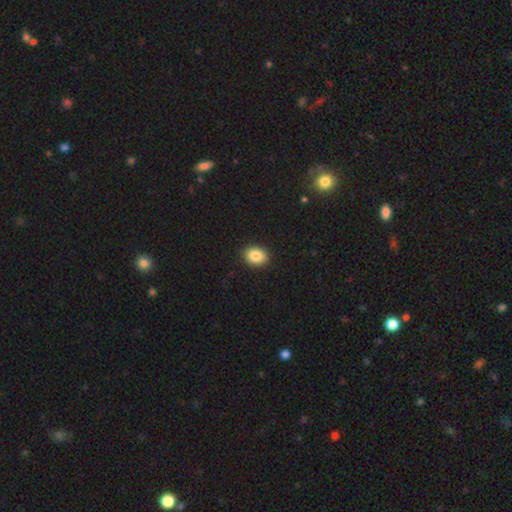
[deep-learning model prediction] This appears to be a smooth galaxy with no disk features (87%) that is in between round and cigar-shaped (66%). Merging: none (91%).